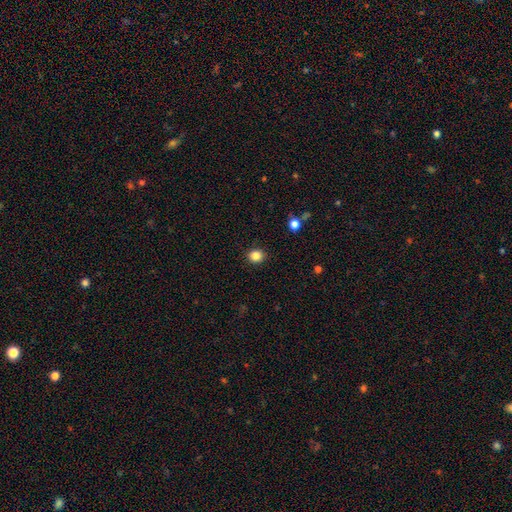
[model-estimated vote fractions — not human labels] smooth 85%, star or artifact 11%, featured or disk 4%. Down the decision tree: how rounded — round (80%); merging — none (91%).